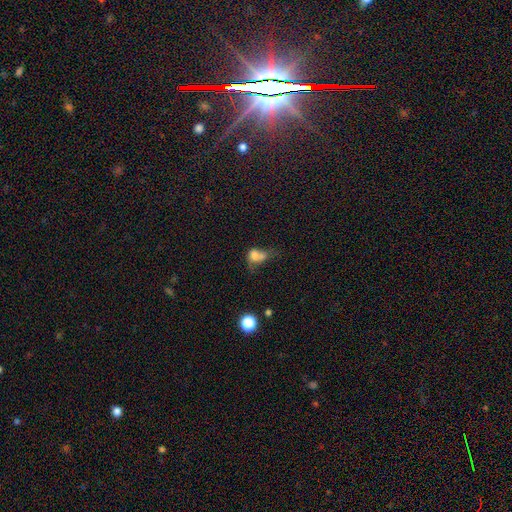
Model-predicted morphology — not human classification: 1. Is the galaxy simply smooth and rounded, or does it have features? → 66% smooth, 19% featured or disk, 15% star or artifact.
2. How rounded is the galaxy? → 51% in between, 47% round, 2% cigar-shaped.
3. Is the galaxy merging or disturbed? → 46% merger, 20% major disturbance, 19% none, 15% minor disturbance.